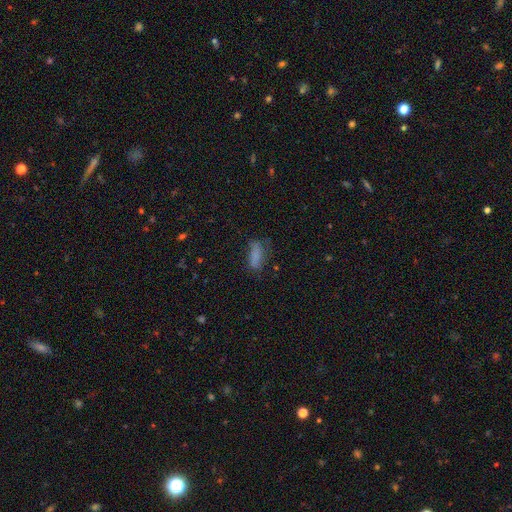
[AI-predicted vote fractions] Smooth or featured?
  - smooth: 77% *
  - featured or disk: 12%
  - star or artifact: 11%
How rounded?
  - in between: 71% *
  - cigar-shaped: 26%
  - round: 3%
Merging?
  - none: 50% *
  - minor disturbance: 29%
  - major disturbance: 17%
  - merger: 3%